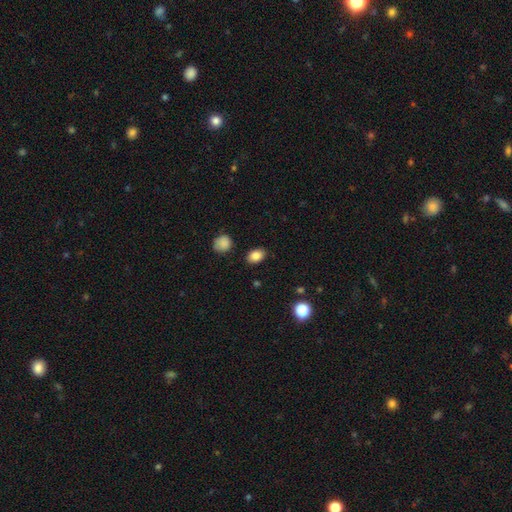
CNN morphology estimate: This appears to be a smooth galaxy with no disk features (85%) that is in between round and cigar-shaped (77%). Merging: none (87%).